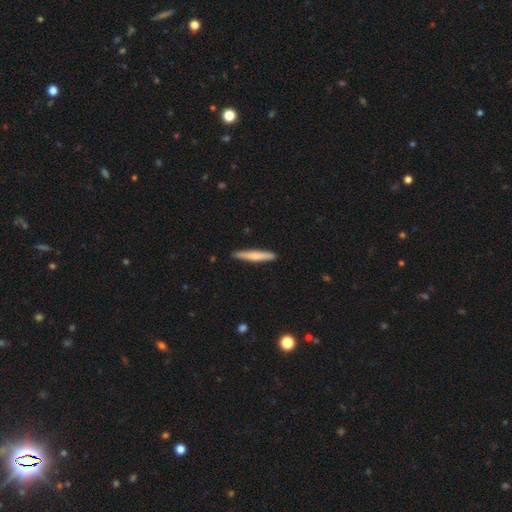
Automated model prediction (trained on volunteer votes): This appears to be a smooth galaxy with no disk features (67%) that is cigar-shaped (94%). Merging: none (89%).